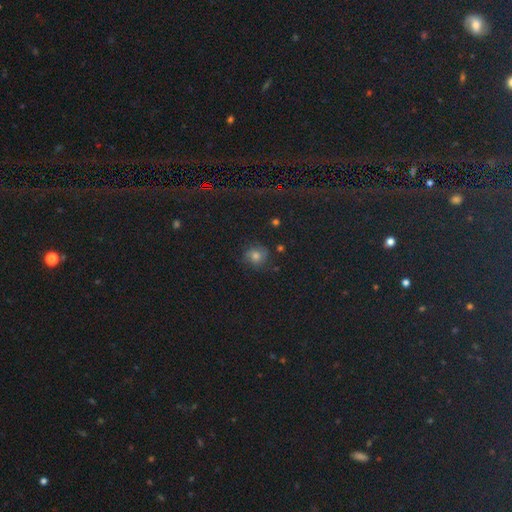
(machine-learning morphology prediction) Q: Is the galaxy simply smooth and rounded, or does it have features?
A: smooth — 51%.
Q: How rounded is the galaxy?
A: round — 82%.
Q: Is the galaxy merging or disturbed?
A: none — 74%.